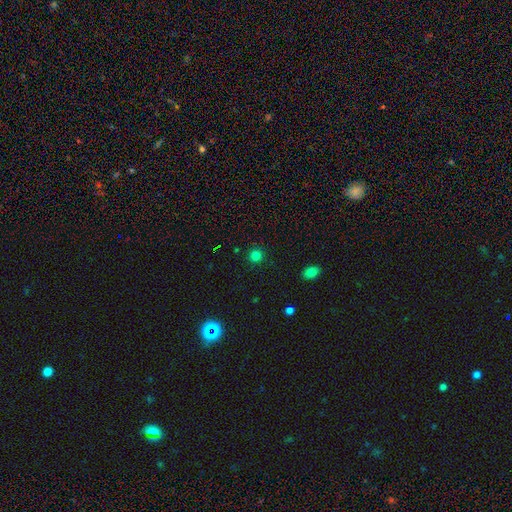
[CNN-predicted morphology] Smooth or featured? smooth (80%)
How rounded? round (94%)
Merging? none (91%)